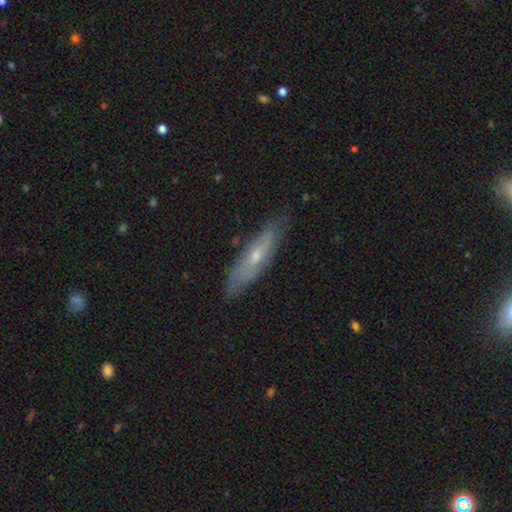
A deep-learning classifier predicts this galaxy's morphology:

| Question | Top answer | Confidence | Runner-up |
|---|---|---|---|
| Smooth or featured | featured or disk | 53% | smooth (41%) |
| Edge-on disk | yes | 52% | no (48%) |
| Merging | none | 78% | minor disturbance (18%) |